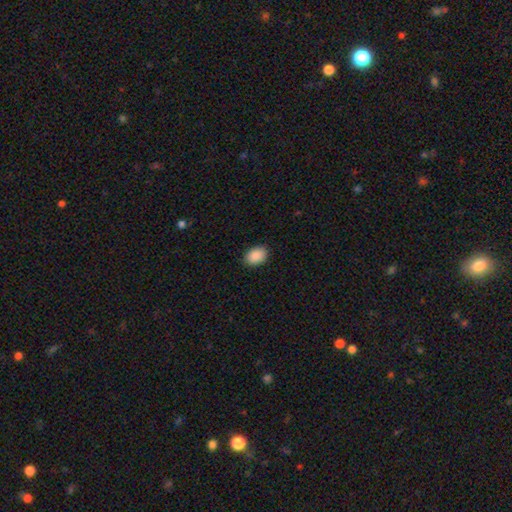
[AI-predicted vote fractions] A smooth galaxy with no disk features (90%) that is in between round and cigar-shaped (78%).

Vote fractions:
- Smooth or featured? smooth: 90% / star or artifact: 7% / featured or disk: 3%
- How rounded? in between: 78% / round: 21% / cigar-shaped: 1%
- Merging? none: 88% / minor disturbance: 9% / major disturbance: 2% / merger: 1%